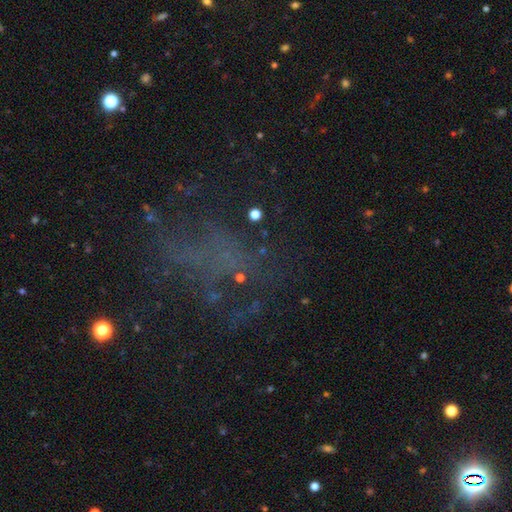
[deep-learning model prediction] star or artifact 40%, featured or disk 37%, smooth 23%.